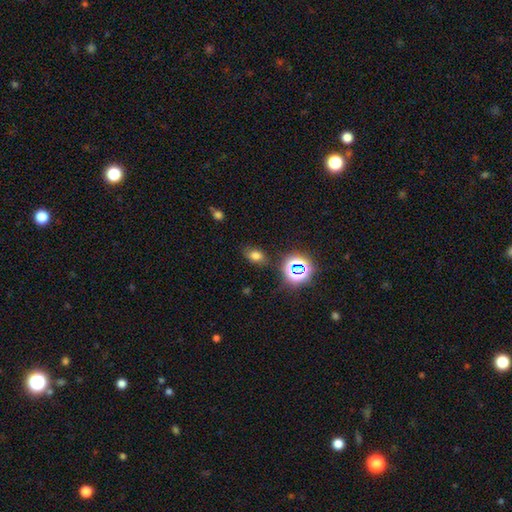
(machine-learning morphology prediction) This is likely a smooth galaxy (68%). How rounded: likely in between (73%). Merging: likely none (77%).